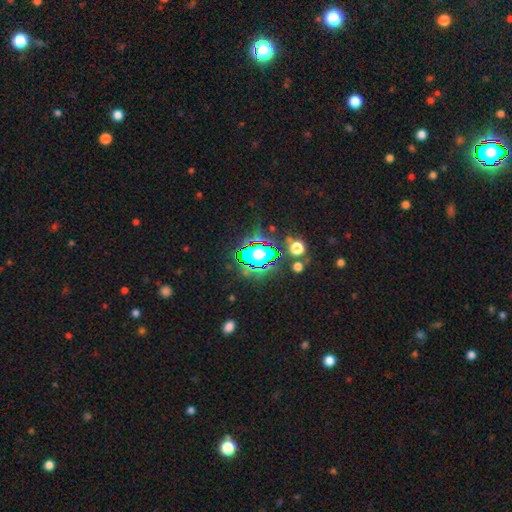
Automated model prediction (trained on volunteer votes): This is likely a star or artifact rather than a galaxy (78%).